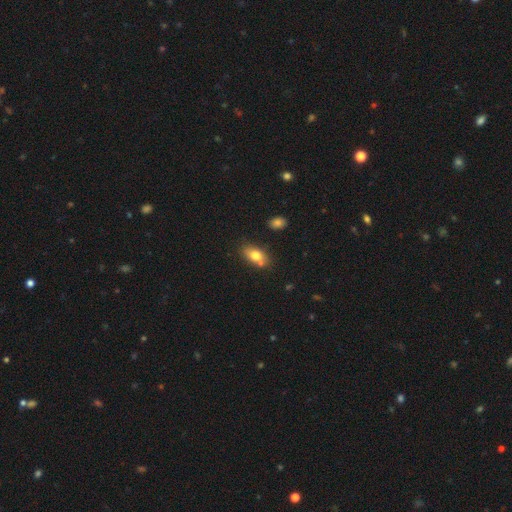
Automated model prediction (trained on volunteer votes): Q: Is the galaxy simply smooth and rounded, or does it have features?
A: smooth — 75%.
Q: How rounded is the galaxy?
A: in between — 83%.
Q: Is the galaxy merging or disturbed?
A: none — 65%.